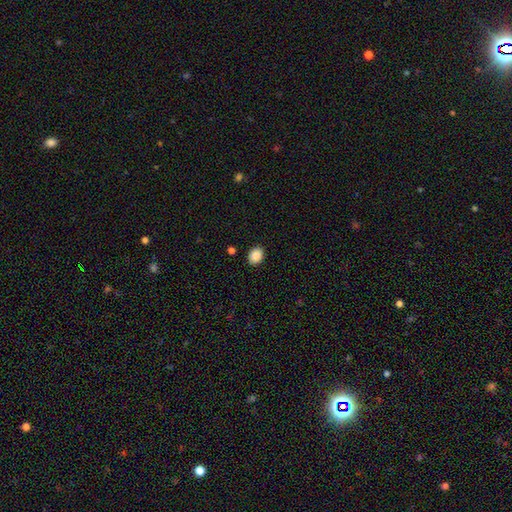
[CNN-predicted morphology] A smooth galaxy with no disk features (88%) that is in between round and cigar-shaped (57%).

Vote fractions:
- Smooth or featured? smooth: 88% / star or artifact: 8% / featured or disk: 3%
- How rounded? in between: 57% / round: 42% / cigar-shaped: 1%
- Merging? none: 89% / minor disturbance: 7% / major disturbance: 2% / merger: 1%